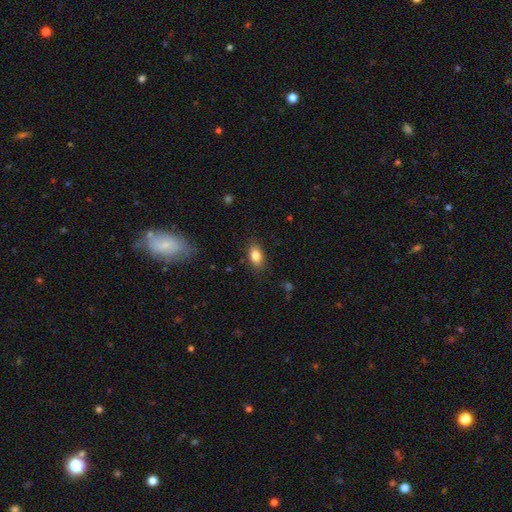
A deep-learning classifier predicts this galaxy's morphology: Q: Smooth or featured?
A: smooth (83%); runner-up: featured or disk (9%)
Q: How rounded?
A: in between (87%); runner-up: round (9%)
Q: Merging?
A: none (83%); runner-up: minor disturbance (13%)